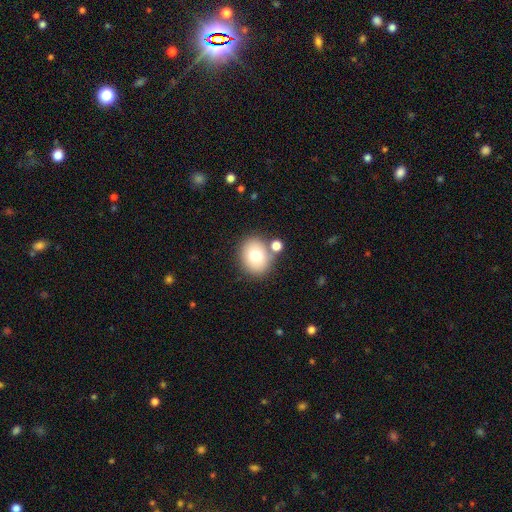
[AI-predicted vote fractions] Smooth or featured?
  - smooth: 74% *
  - featured or disk: 16%
  - star or artifact: 10%
How rounded?
  - round: 62% *
  - in between: 37%
  - cigar-shaped: 1%
Merging?
  - none: 72% *
  - merger: 13%
  - minor disturbance: 11%
  - major disturbance: 4%